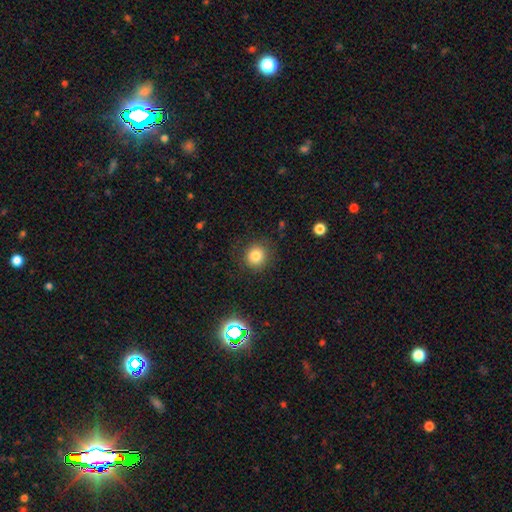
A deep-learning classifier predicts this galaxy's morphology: A smooth galaxy with no disk features (80%) that is round (91%). Merging: none (86%).